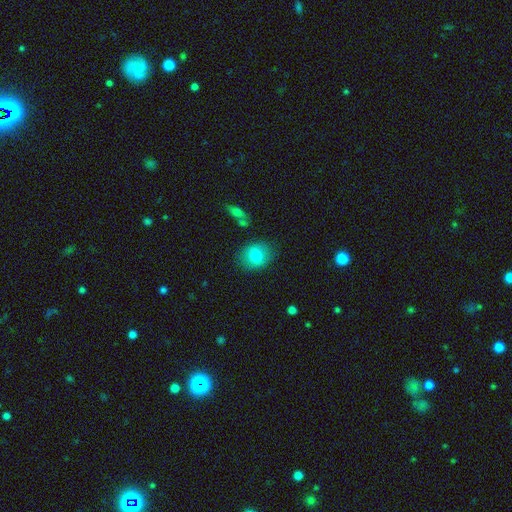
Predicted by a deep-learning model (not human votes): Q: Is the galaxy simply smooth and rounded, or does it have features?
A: smooth — 77%.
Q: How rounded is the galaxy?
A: round — 50%.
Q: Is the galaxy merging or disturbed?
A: none — 82%.